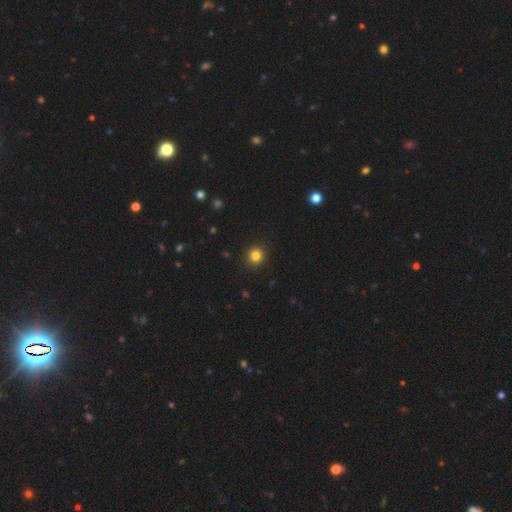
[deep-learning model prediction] This is clearly a smooth galaxy (83%). How rounded: clearly round (91%). Merging: clearly none (92%).